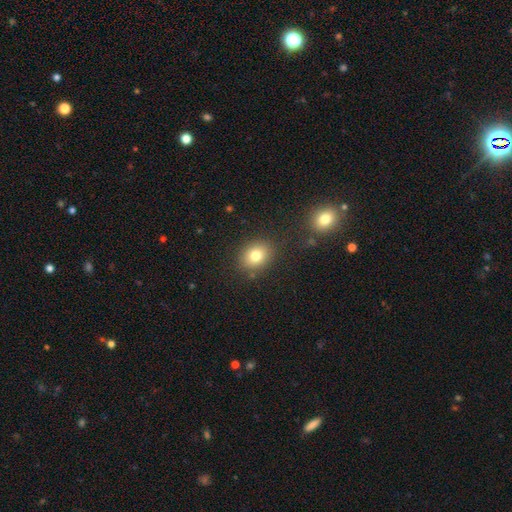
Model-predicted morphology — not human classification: Overall: smooth (78%). How rounded: round (57%; in between 43%). Merging: none (83%).